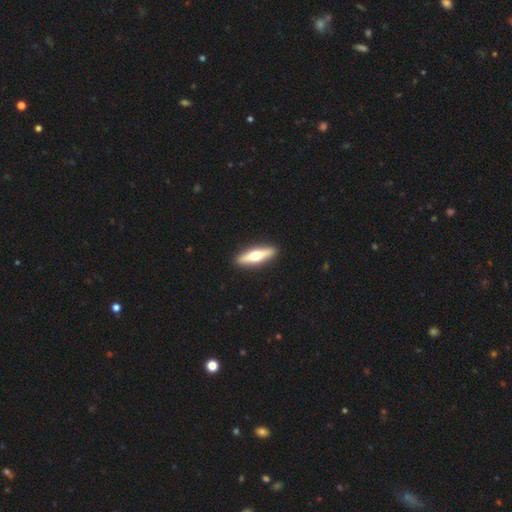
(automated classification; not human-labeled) Q: Smooth or featured?
A: featured or disk (58%); runner-up: smooth (38%)
Q: Edge-on disk?
A: yes (93%); runner-up: no (7%)
Q: Edge-on bulge?
A: rounded (96%); runner-up: boxy (2%)
Q: Merging?
A: none (92%); runner-up: minor disturbance (6%)